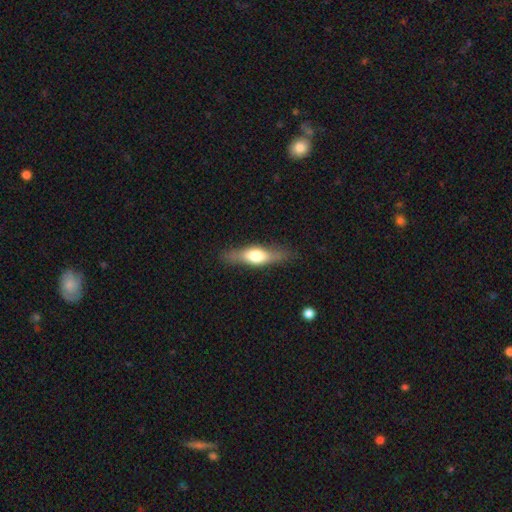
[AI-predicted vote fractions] smooth_or_featured: featured or disk (p=0.48) [alt: smooth p=0.46]
merging: none (p=0.81) [alt: minor disturbance p=0.14]